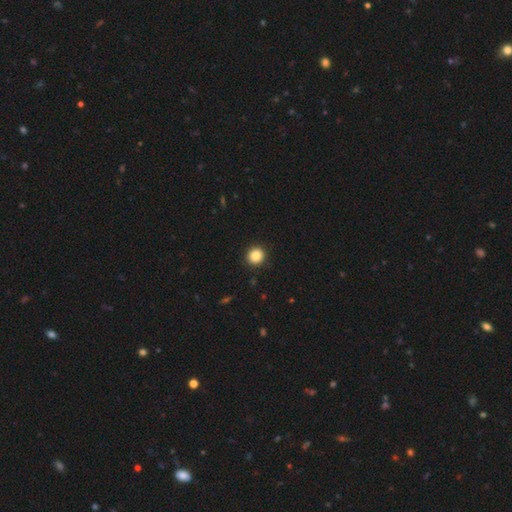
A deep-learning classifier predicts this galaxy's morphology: Overall: smooth (87%). How rounded: round (91%). Merging: none (91%).